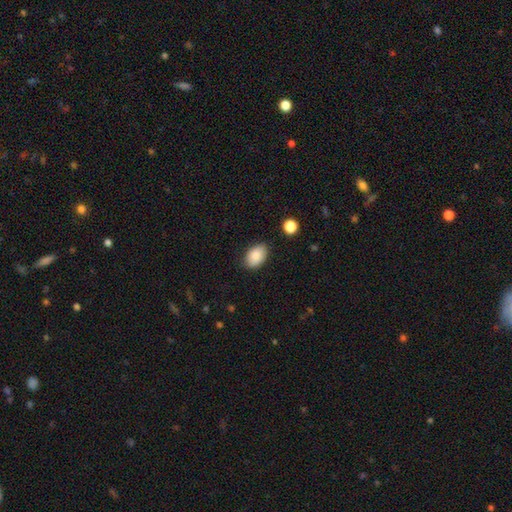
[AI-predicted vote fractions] smooth_or_featured: smooth (p=0.87) [alt: star or artifact p=0.07]
how_rounded: in between (p=0.88) [alt: round p=0.11]
merging: none (p=0.82) [alt: minor disturbance p=0.13]